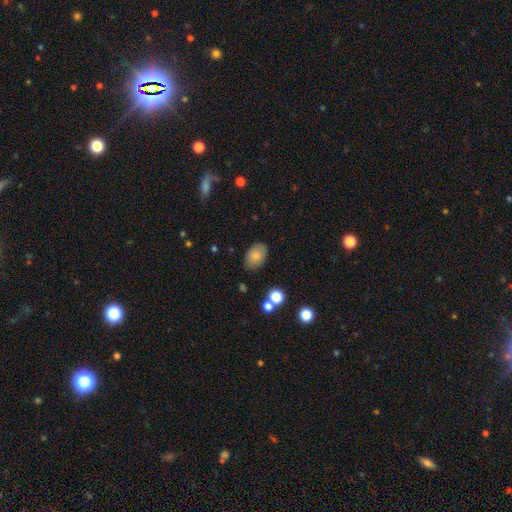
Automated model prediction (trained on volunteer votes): Smooth or featured? smooth (79%)
How rounded? in between (86%)
Merging? none (82%)